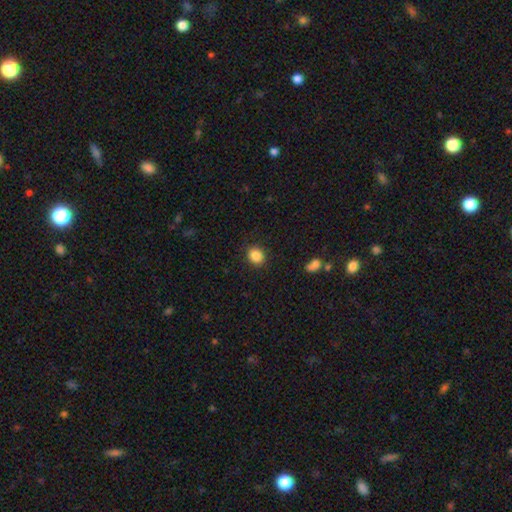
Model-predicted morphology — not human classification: type=smooth (87%); roundness=round (66%); merging=none (88%).